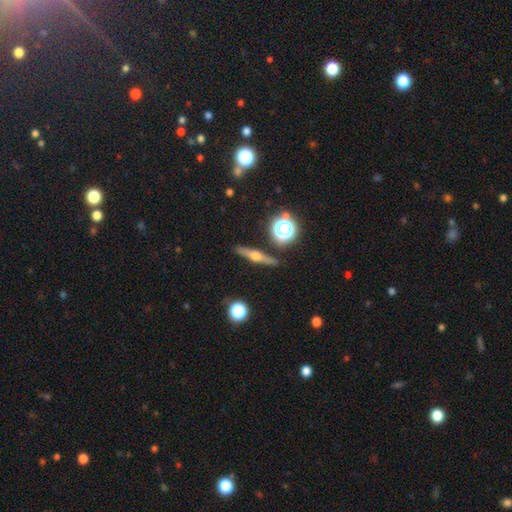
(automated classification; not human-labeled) Overall: featured or disk (67%). Edge-on disk: yes (96%). Edge-on bulge: rounded (93%). Merging: none (88%).